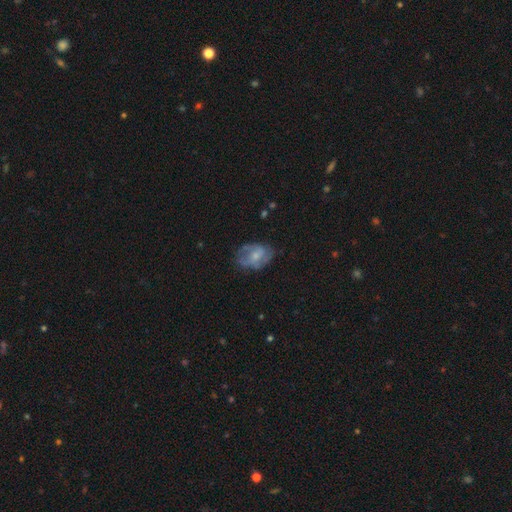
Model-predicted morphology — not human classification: Smooth or featured: featured or disk — 54% (smooth — 39%)
Edge-on disk: no — 96% (yes — 4%)
Bar: no — 57% (weak — 34%)
Spiral arms: yes — 60% (no — 40%)
Bulge size: small — 49% (moderate — 34%)
Merging: none — 55% (minor disturbance — 26%)